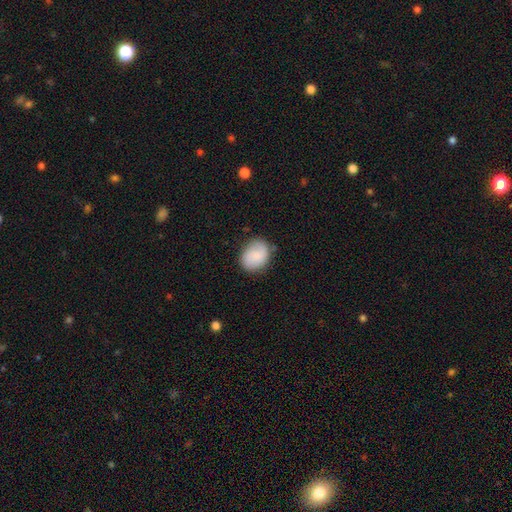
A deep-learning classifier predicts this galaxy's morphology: smooth 72%, featured or disk 21%, star or artifact 7%. Down the decision tree: how rounded — round (56%); merging — none (72%).